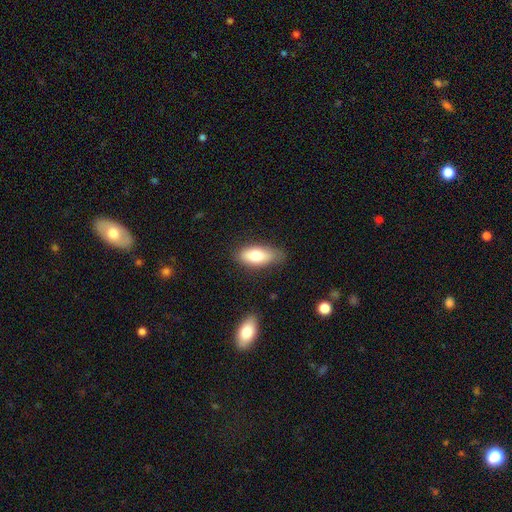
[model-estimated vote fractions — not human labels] This appears to be a smooth galaxy with no disk features (78%) that is in between round and cigar-shaped (81%). Merging: none (72%).